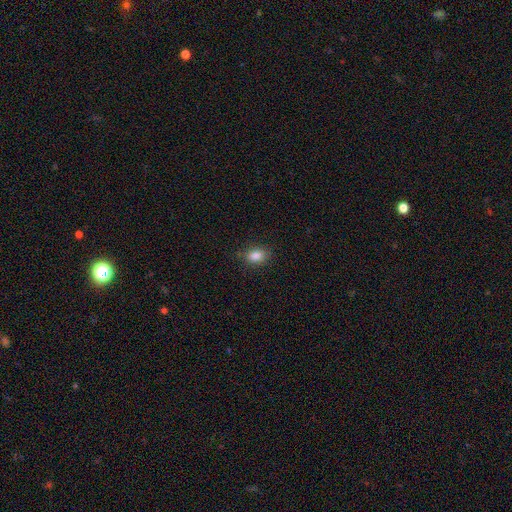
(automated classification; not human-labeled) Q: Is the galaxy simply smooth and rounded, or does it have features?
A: smooth — 85%.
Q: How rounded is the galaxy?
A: in between — 70%.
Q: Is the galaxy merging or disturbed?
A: none — 83%.